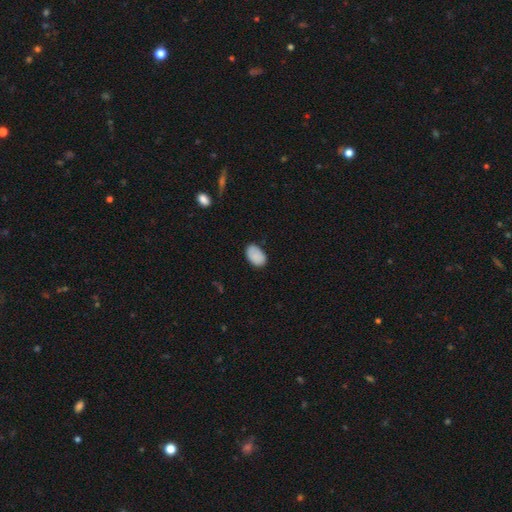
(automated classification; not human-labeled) Q: Smooth or featured?
A: smooth (88%); runner-up: star or artifact (7%)
Q: How rounded?
A: in between (91%); runner-up: round (8%)
Q: Merging?
A: none (79%); runner-up: minor disturbance (17%)